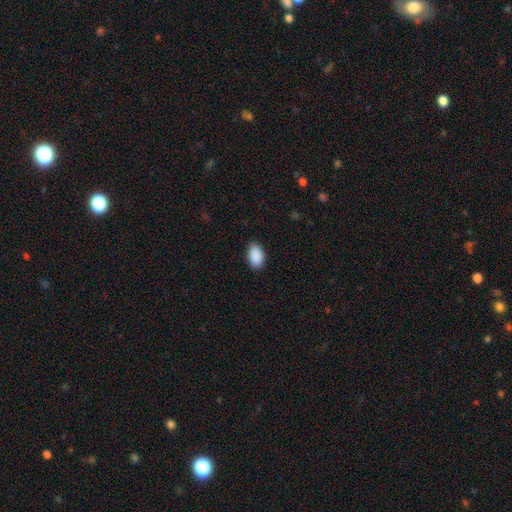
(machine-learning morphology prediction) type=smooth (91%); roundness=in between (93%); merging=none (87%).